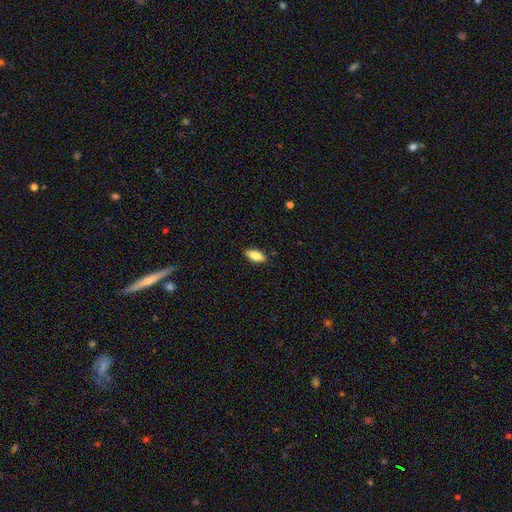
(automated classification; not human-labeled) smooth 83%, featured or disk 10%, star or artifact 7%. Down the decision tree: how rounded — in between (80%); merging — none (88%).